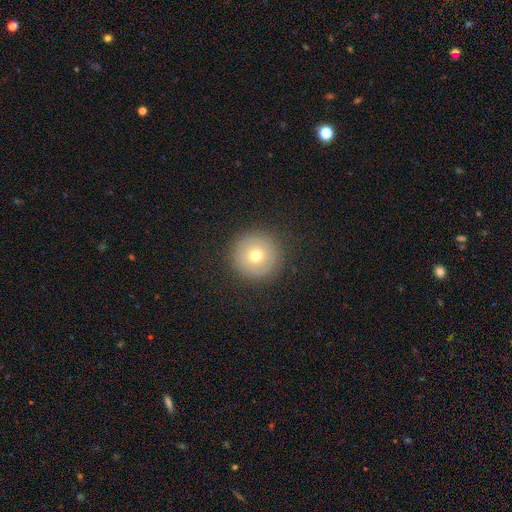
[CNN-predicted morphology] A smooth galaxy with no disk features (65%) that is round (96%). Merging: none (89%).